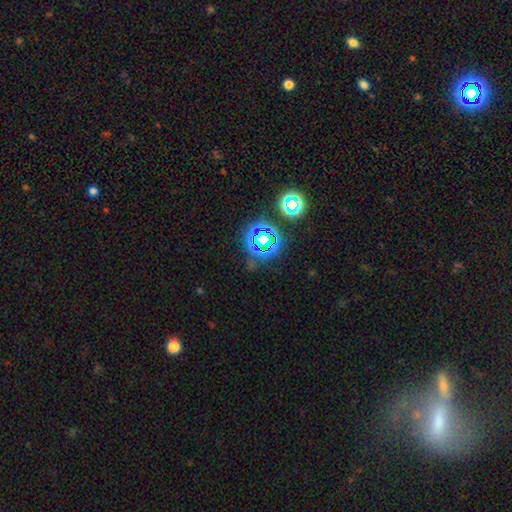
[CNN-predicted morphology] A star or artifact, not a galaxy (55%).

Vote fractions:
- Smooth or featured? star or artifact: 55% / smooth: 33% / featured or disk: 12%